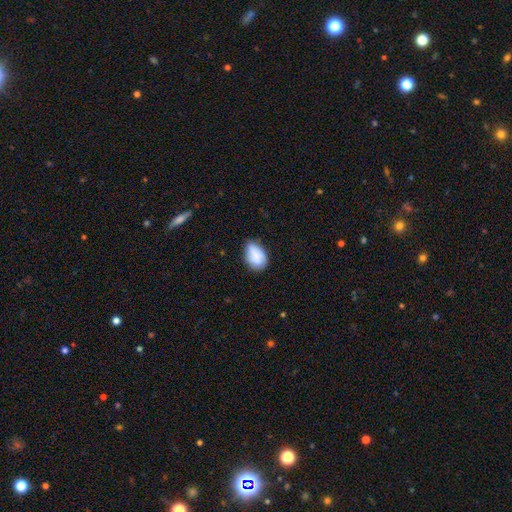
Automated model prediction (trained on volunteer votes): Smooth or featured? Predicted: smooth (p=0.81). How rounded? Predicted: in between (p=0.86). Merging? Predicted: none (p=0.63).